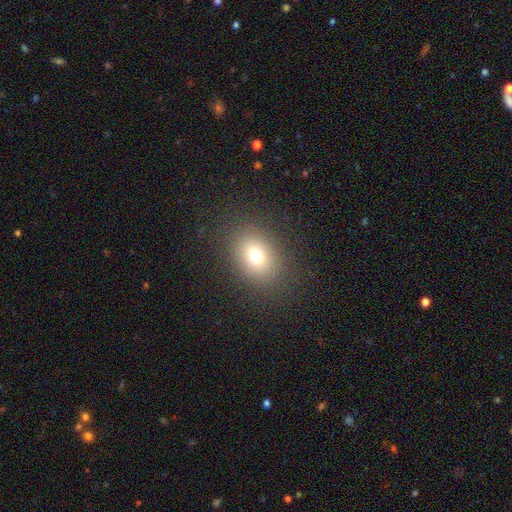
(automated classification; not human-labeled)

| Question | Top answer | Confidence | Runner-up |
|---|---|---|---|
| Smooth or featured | smooth | 74% | star or artifact (15%) |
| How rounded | in between | 57% | round (42%) |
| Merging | none | 86% | minor disturbance (8%) |